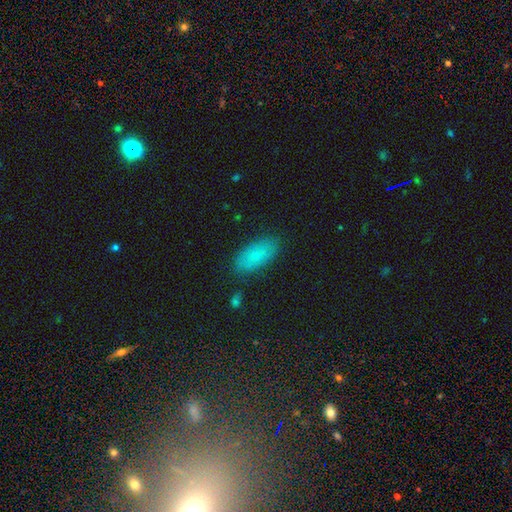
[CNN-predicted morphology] Overall: smooth (81%). How rounded: in between (87%). Merging: none (83%).